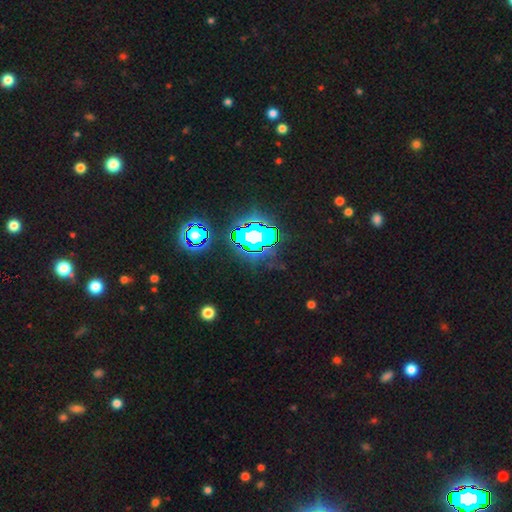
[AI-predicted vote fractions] Overall: star or artifact (82%).